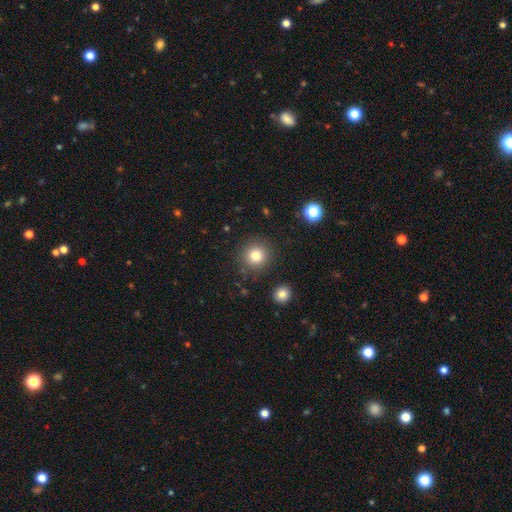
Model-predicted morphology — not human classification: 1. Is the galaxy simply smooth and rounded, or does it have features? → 81% smooth, 12% star or artifact, 7% featured or disk.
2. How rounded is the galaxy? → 93% round, 6% in between, 1% cigar-shaped.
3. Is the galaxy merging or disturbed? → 88% none, 7% minor disturbance, 3% major disturbance, 2% merger.